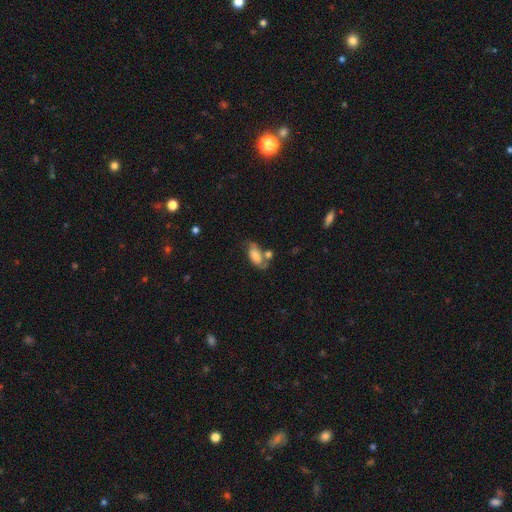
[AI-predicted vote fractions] A smooth galaxy with no disk features (66%) that is in between round and cigar-shaped (89%). Merging: none (39%).